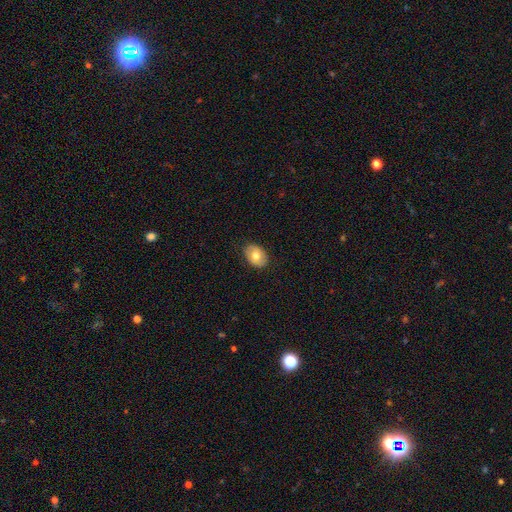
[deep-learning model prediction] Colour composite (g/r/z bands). It shows a smooth galaxy with no disk features (71%) that is in between round and cigar-shaped (79%). Merging: none (86%).